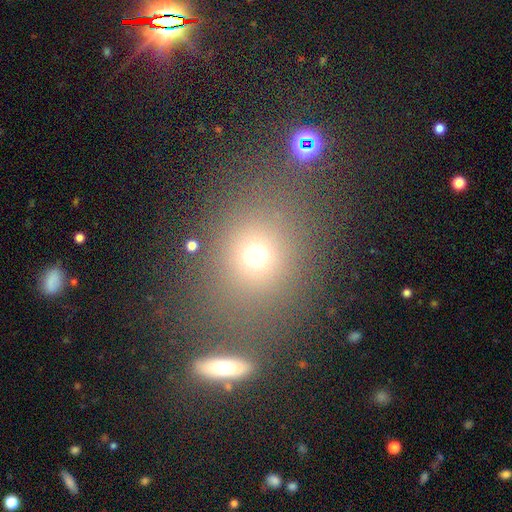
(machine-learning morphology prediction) A smooth galaxy with no disk features (66%) that is round (74%).

Vote fractions:
- Smooth or featured? smooth: 66% / star or artifact: 22% / featured or disk: 12%
- How rounded? round: 74% / in between: 25% / cigar-shaped: 1%
- Merging? none: 72% / merger: 11% / minor disturbance: 10% / major disturbance: 6%